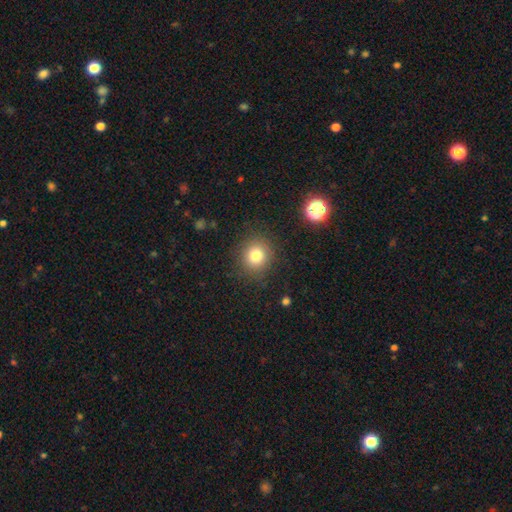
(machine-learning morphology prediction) A smooth galaxy with no disk features (79%) that is round (86%). Merging: none (87%).